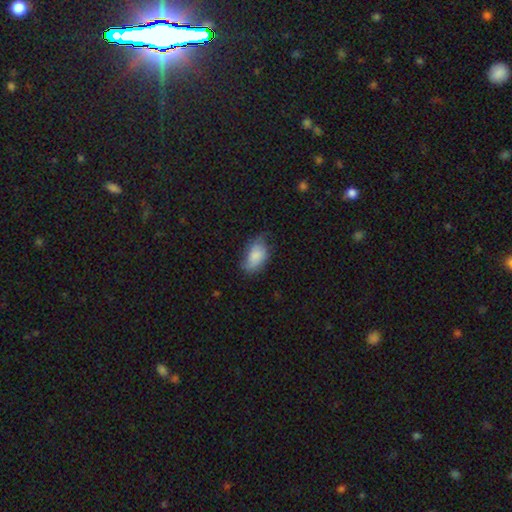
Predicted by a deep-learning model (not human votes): Morphology: type=smooth (79%); roundness=in between (92%); merging=none (51%).